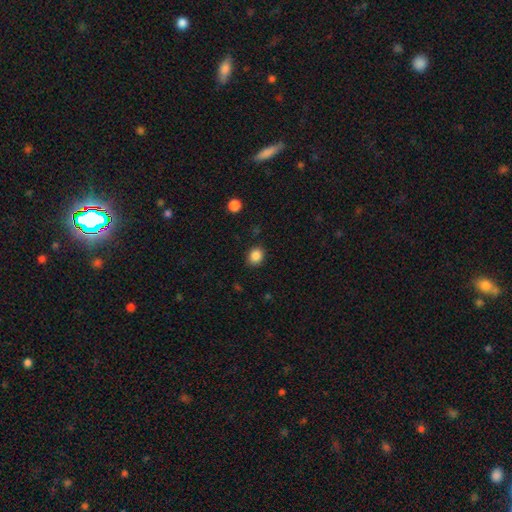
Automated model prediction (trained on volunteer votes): A smooth galaxy with no disk features (87%) that is round (67%).

Vote fractions:
- Smooth or featured? smooth: 87% / star or artifact: 10% / featured or disk: 3%
- How rounded? round: 67% / in between: 32% / cigar-shaped: 1%
- Merging? none: 87% / minor disturbance: 9% / major disturbance: 3% / merger: 1%